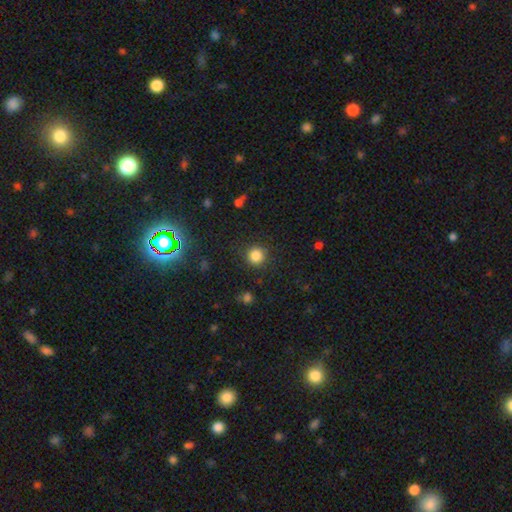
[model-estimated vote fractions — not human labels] Smooth or featured: smooth — 83% (star or artifact — 12%)
How rounded: round — 93% (in between — 6%)
Merging: none — 89% (minor disturbance — 7%)